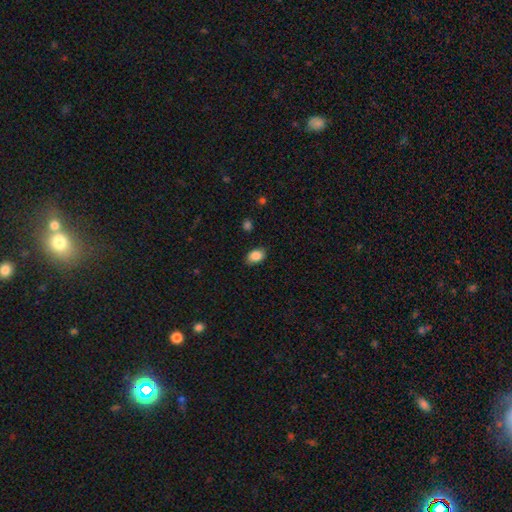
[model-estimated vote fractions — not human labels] This appears to be a smooth galaxy with no disk features (87%) that is in between round and cigar-shaped (81%). Merging: none (83%).